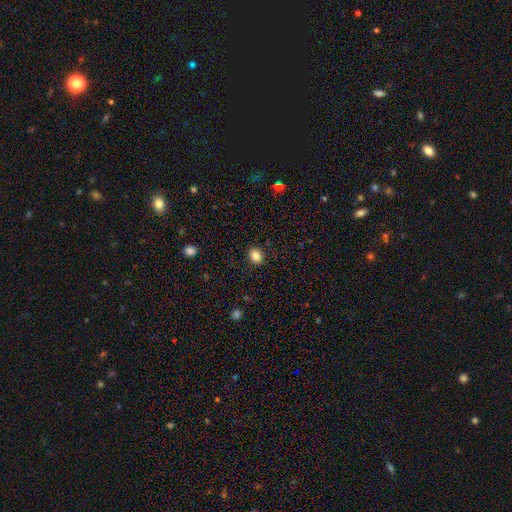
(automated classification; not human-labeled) Morphology: type=smooth (85%); roundness=round (52%); merging=none (89%).